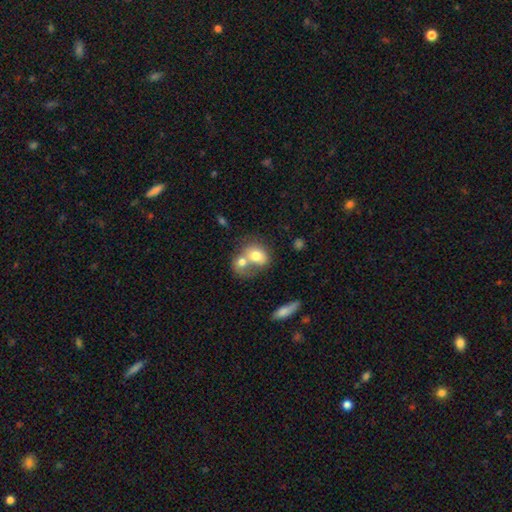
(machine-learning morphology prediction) This appears to be a smooth galaxy with no disk features (71%) that is in between round and cigar-shaped (53%). Merging: merger (68%).